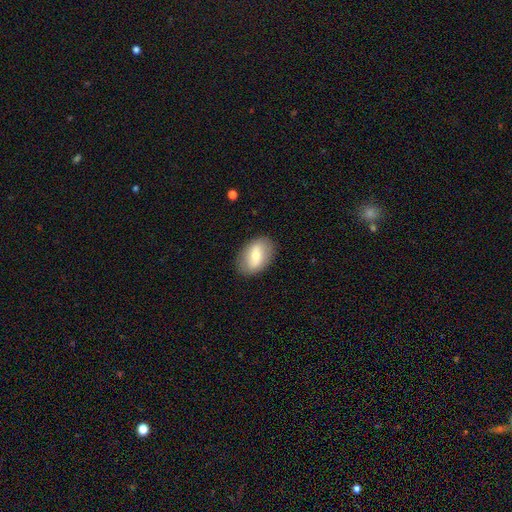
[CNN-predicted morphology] smooth 61%, featured or disk 32%, star or artifact 7%. Down the decision tree: how rounded — in between (87%); merging — none (85%).